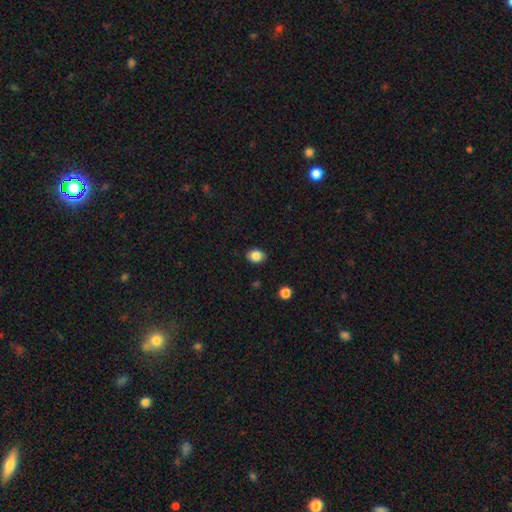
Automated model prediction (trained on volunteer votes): Smooth or featured? smooth (86%)
How rounded? in between (59%)
Merging? none (89%)